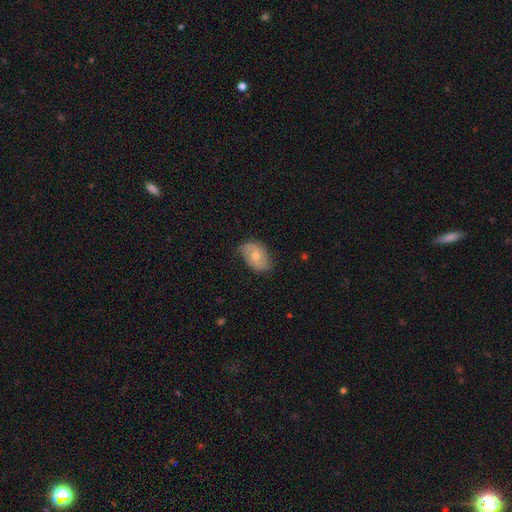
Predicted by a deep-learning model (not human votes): This is possibly a smooth galaxy (49%). Merging: likely none (63%).